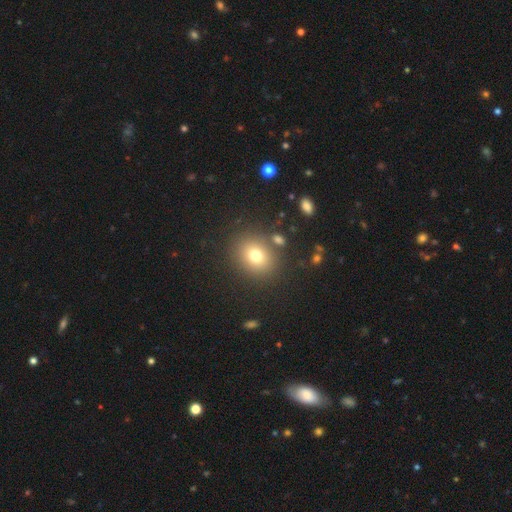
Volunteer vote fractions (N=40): Morphology: type=smooth (80%); roundness=round (62%); merging=none (83%).